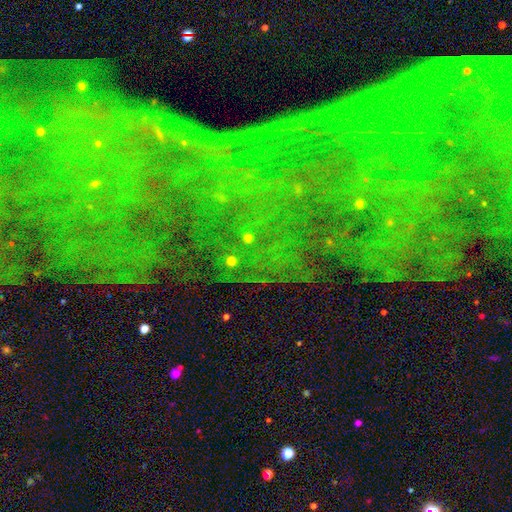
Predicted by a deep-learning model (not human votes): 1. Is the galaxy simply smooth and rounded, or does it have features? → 81% star or artifact, 11% featured or disk, 8% smooth.